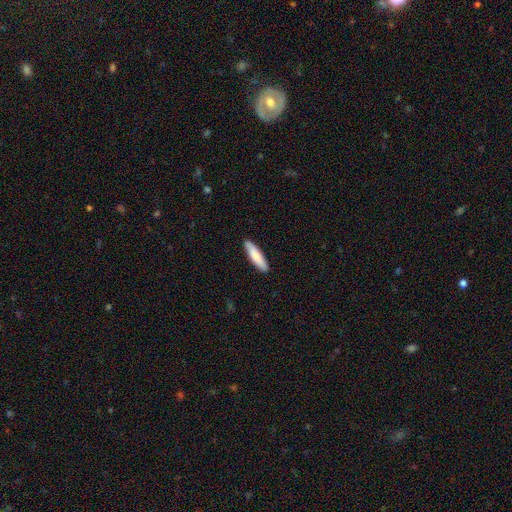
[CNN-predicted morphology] The model was most divided on "how rounded": cigar-shaped: 75%, in between: 23%, round: 1%. More confident: merging — none (89%); smooth or featured — smooth (81%).